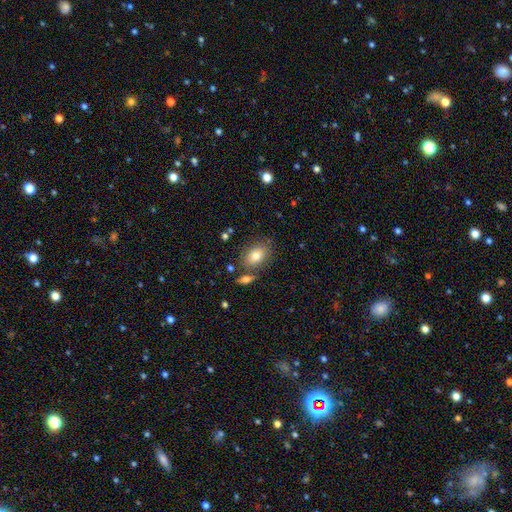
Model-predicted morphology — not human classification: This is likely a smooth galaxy (77%). How rounded: likely in between (79%). Merging: likely none (72%).